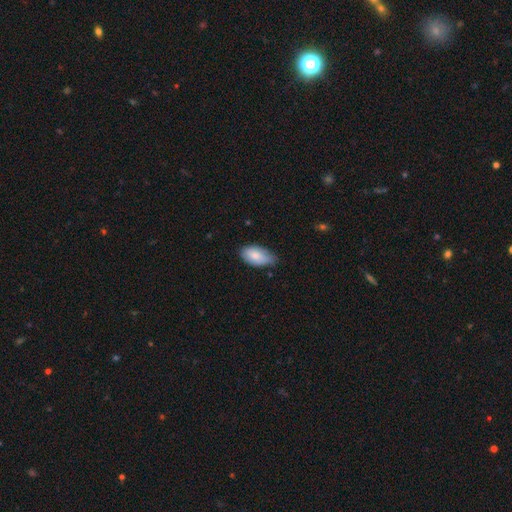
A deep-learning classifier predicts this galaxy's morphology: Overall: smooth (82%). How rounded: in between (94%). Merging: none (57%; minor disturbance 37%).